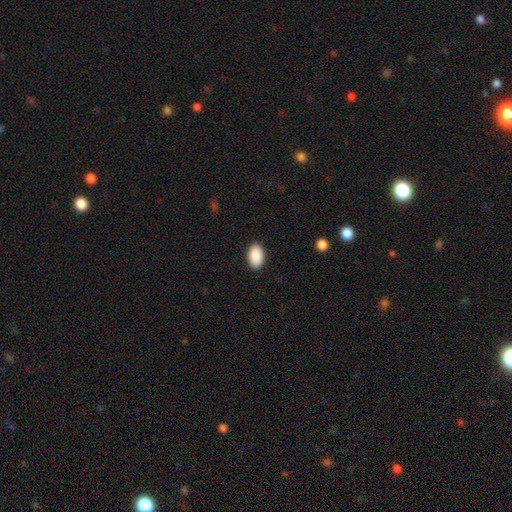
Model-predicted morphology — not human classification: Smooth or featured? Predicted: smooth (p=0.90). How rounded? Predicted: in between (p=0.94). Merging? Predicted: none (p=0.90).